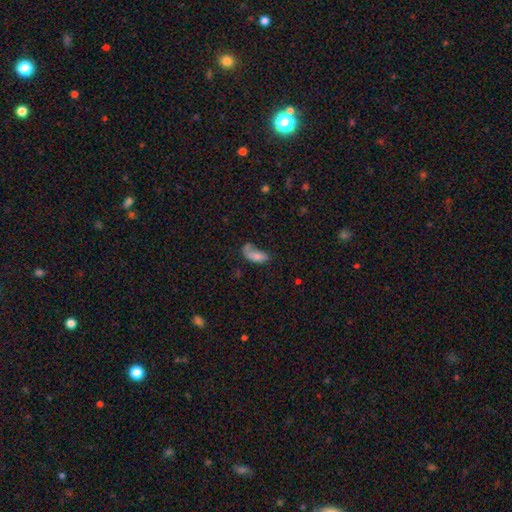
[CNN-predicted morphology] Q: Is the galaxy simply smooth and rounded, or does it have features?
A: smooth — 65%.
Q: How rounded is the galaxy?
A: in between — 85%.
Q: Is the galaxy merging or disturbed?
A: major disturbance — 36%.